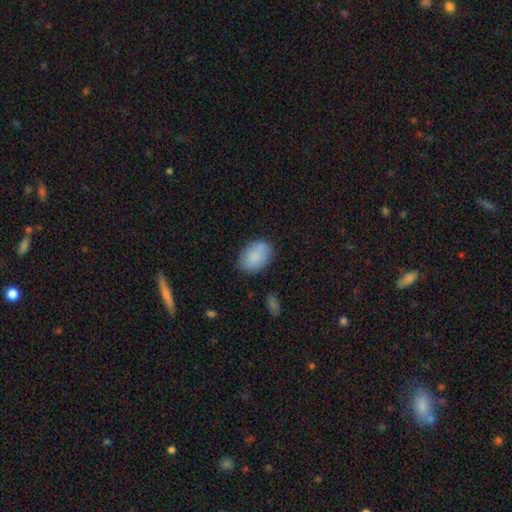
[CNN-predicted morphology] A smooth galaxy with no disk features (86%) that is in between round and cigar-shaped (85%).

Vote fractions:
- Smooth or featured? smooth: 86% / featured or disk: 7% / star or artifact: 7%
- How rounded? in between: 85% / round: 14% / cigar-shaped: 1%
- Merging? none: 77% / minor disturbance: 16% / major disturbance: 4% / merger: 3%